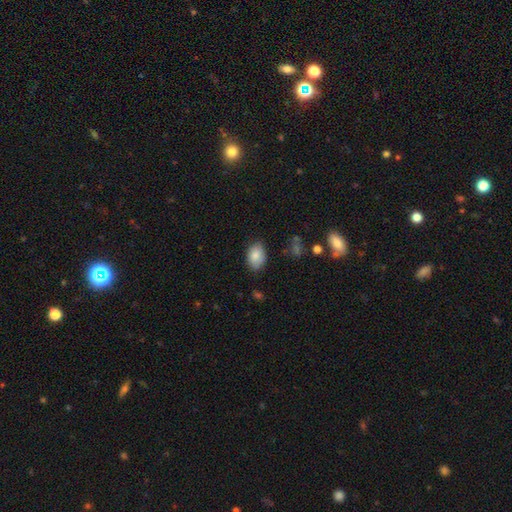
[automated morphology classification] The model was most divided on "merging": none: 77%, minor disturbance: 18%, major disturbance: 3%, merger: 1%. More confident: how rounded — in between (85%); smooth or featured — smooth (85%).